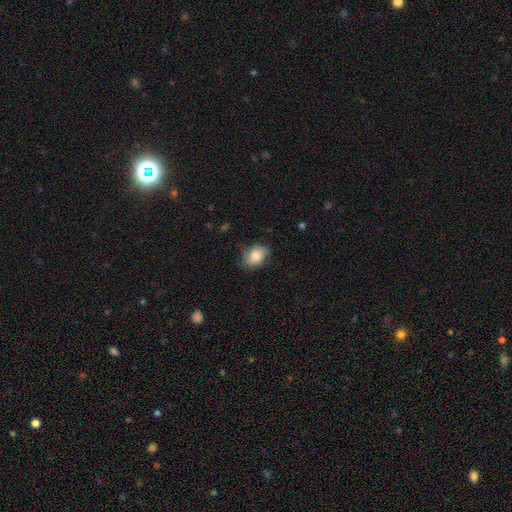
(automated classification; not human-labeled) Smooth or featured? Predicted: smooth (p=0.81). How rounded? Predicted: in between (p=0.71). Merging? Predicted: none (p=0.69).